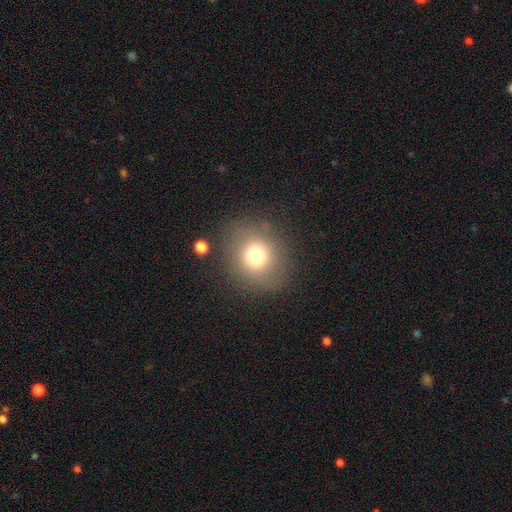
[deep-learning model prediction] Smooth or featured?
  - smooth: 74% *
  - star or artifact: 14%
  - featured or disk: 13%
How rounded?
  - round: 77% *
  - in between: 22%
  - cigar-shaped: 1%
Merging?
  - none: 80% *
  - minor disturbance: 11%
  - major disturbance: 6%
  - merger: 3%